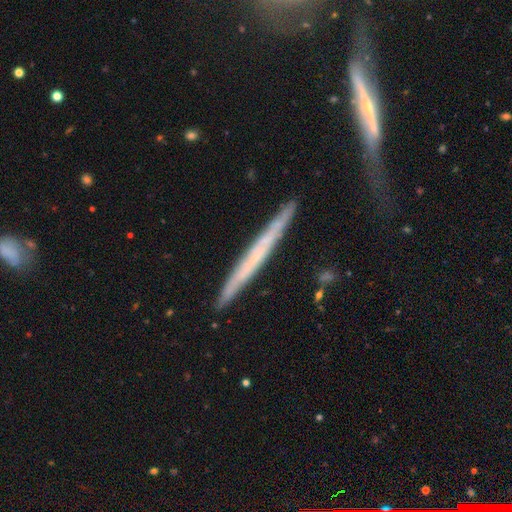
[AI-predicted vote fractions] featured or disk 60%, smooth 34%, star or artifact 6%. Down the decision tree: edge-on disk — yes (94%); edge-on bulge — none (84%); merging — none (81%).